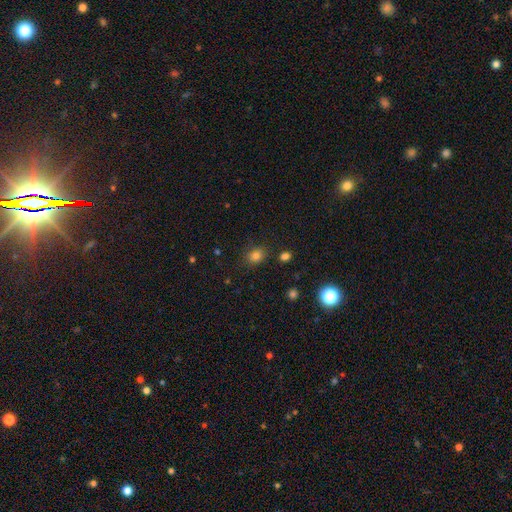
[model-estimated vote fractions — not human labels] Morphology: type=smooth (81%); roundness=in between (54%); merging=none (81%).